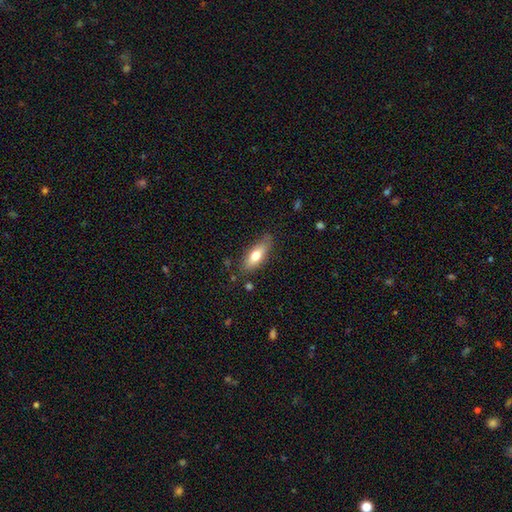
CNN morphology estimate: This is likely a smooth galaxy (69%). How rounded: likely in between (69%). Merging: likely none (78%).